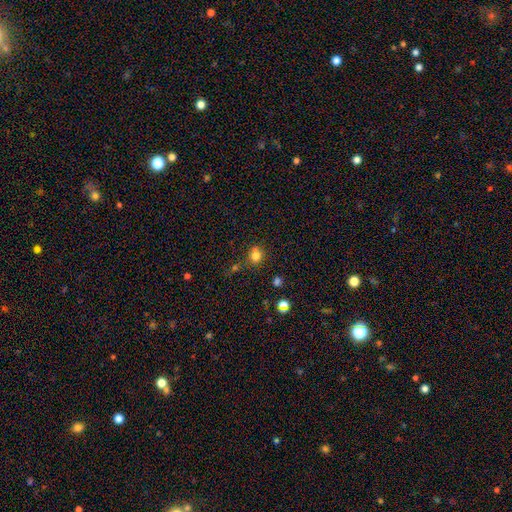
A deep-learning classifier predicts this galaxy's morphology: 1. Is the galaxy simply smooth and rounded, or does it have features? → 79% smooth, 15% star or artifact, 7% featured or disk.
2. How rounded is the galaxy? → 78% round, 21% in between, 1% cigar-shaped.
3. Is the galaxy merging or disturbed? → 72% none, 15% minor disturbance, 8% merger, 5% major disturbance.